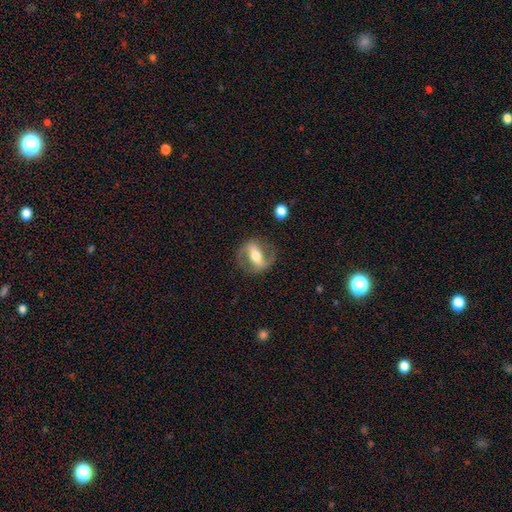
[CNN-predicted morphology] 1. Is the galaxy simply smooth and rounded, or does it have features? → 77% featured or disk, 17% smooth, 6% star or artifact.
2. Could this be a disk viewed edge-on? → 88% no, 12% yes.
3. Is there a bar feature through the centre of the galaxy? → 66% strong, 22% weak, 12% no.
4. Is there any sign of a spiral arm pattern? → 78% yes, 22% no.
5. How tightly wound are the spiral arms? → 45% medium, 32% loose, 23% tight.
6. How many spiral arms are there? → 88% 2, 5% can't tell, 4% 1, 1% 3, 1% 4, 1% more than 4.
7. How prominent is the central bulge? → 67% moderate, 17% small, 13% large, 2% dominant, 2% none.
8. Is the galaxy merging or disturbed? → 80% none, 12% minor disturbance, 7% major disturbance, 2% merger.